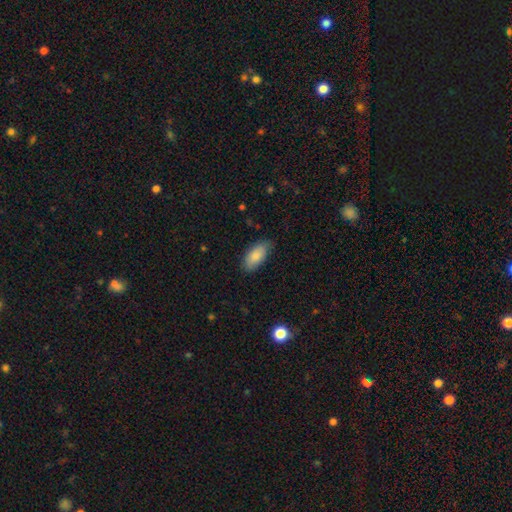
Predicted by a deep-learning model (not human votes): Overall: smooth (85%). How rounded: in between (91%). Merging: none (78%).